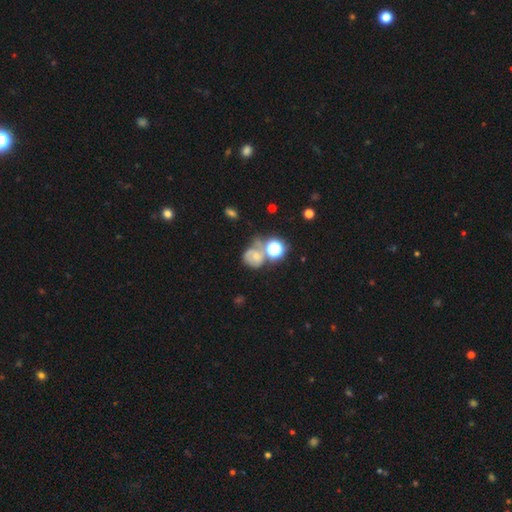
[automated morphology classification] Smooth or featured? smooth (41%)
Merging? none (39%)